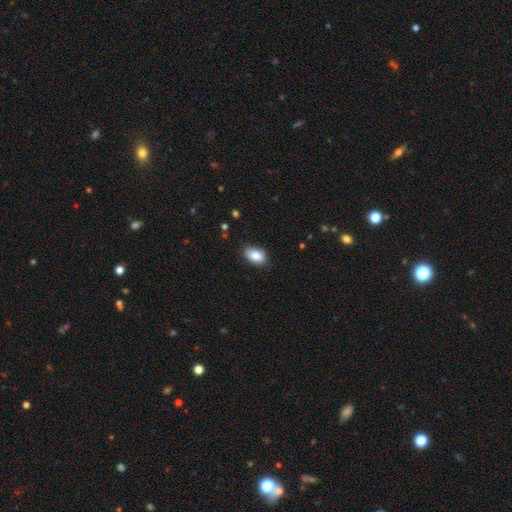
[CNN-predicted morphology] Smooth or featured? Predicted: smooth (p=0.87). How rounded? Predicted: in between (p=0.91). Merging? Predicted: none (p=0.84).